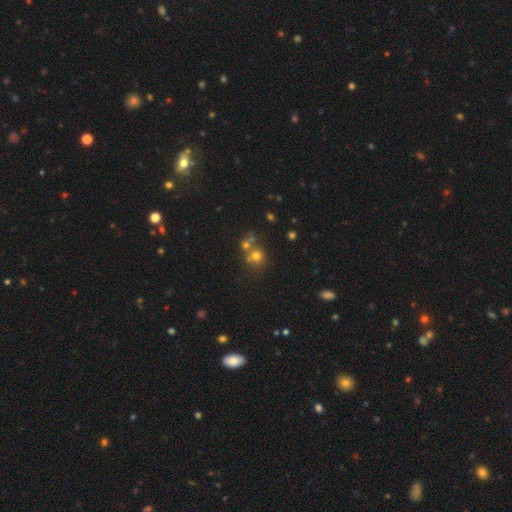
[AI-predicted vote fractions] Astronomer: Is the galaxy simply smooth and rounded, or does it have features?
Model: smooth — 66%.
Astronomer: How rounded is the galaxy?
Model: round — 85%.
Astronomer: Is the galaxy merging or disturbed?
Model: none — 50% (runner-up: merger, 39%).